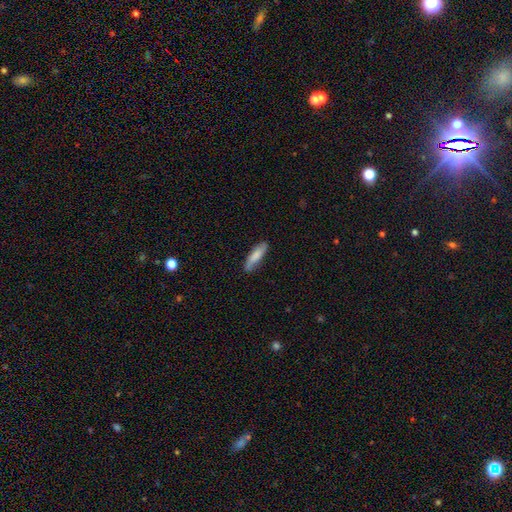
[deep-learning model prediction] smooth 78%, featured or disk 17%, star or artifact 6%. Down the decision tree: how rounded — cigar-shaped (63%); merging — none (80%).